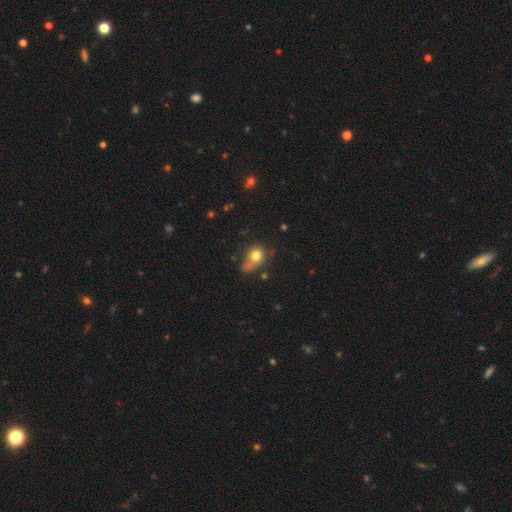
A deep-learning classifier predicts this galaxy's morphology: The model was most divided on "merging": none: 40%, minor disturbance: 24%, merger: 18%, major disturbance: 18%. More confident: smooth or featured — smooth (76%); how rounded — round (62%).